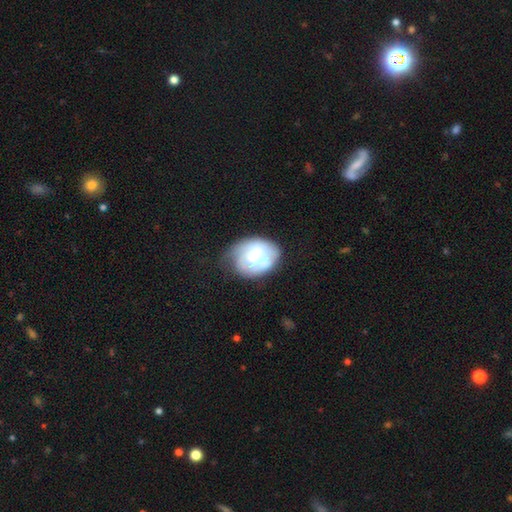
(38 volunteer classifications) This is possibly a smooth galaxy (55%). How rounded: likely round (67%). Merging: marginally minor disturbance (42%).